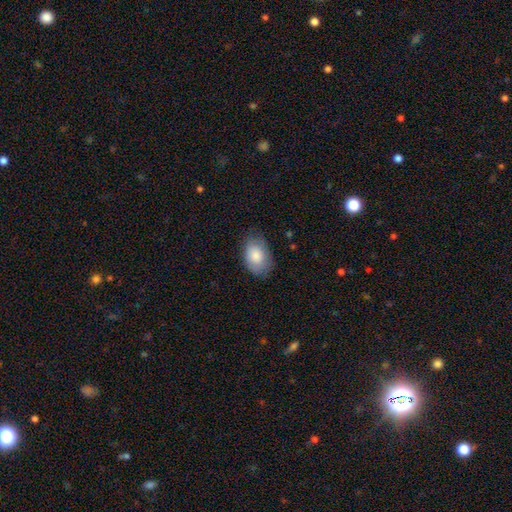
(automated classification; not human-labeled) Smooth or featured?
  - smooth: 82% *
  - featured or disk: 11%
  - star or artifact: 6%
How rounded?
  - in between: 88% *
  - round: 11%
  - cigar-shaped: 1%
Merging?
  - none: 73% *
  - minor disturbance: 21%
  - major disturbance: 5%
  - merger: 1%